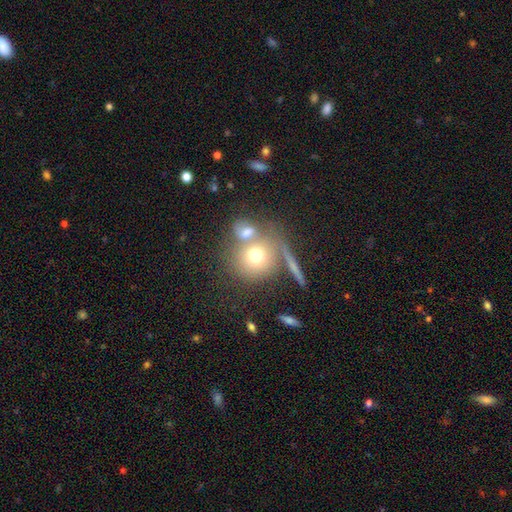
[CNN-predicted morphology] A smooth galaxy with no disk features (61%) that is round (87%).

Vote fractions:
- Smooth or featured? smooth: 61% / featured or disk: 23% / star or artifact: 16%
- How rounded? round: 87% / in between: 12% / cigar-shaped: 1%
- Merging? none: 52% / merger: 31% / minor disturbance: 10% / major disturbance: 7%